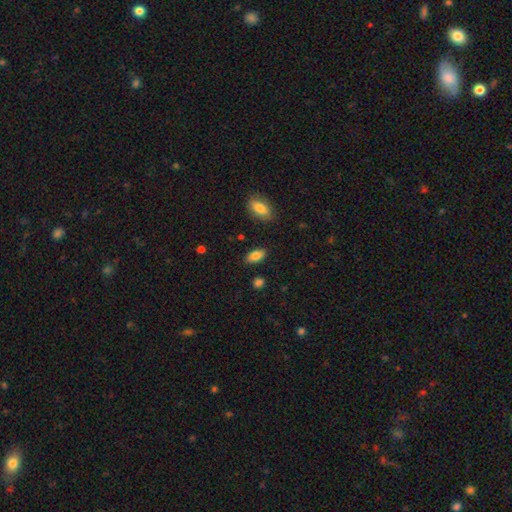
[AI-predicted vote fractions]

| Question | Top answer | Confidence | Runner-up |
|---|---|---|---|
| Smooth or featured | smooth | 85% | featured or disk (8%) |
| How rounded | in between | 91% | cigar-shaped (5%) |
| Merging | none | 86% | minor disturbance (10%) |